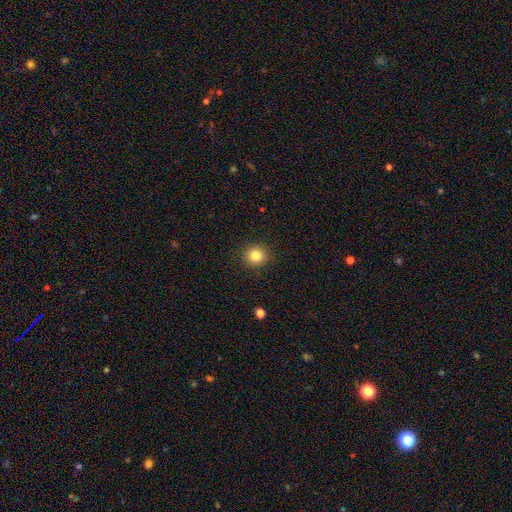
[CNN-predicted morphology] Smooth or featured? Predicted: smooth (p=0.83). How rounded? Predicted: round (p=0.89). Merging? Predicted: none (p=0.91).